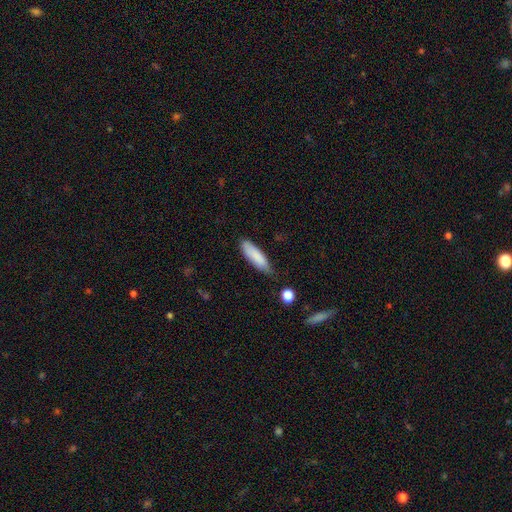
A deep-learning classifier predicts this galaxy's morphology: Q: Smooth or featured?
A: smooth (85%); runner-up: featured or disk (9%)
Q: How rounded?
A: cigar-shaped (57%); runner-up: in between (41%)
Q: Merging?
A: none (67%); runner-up: minor disturbance (26%)